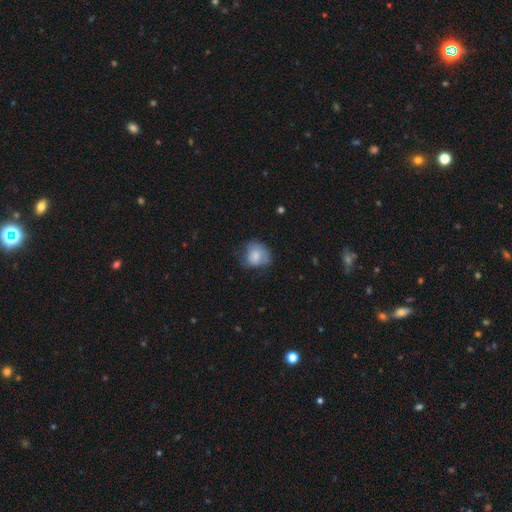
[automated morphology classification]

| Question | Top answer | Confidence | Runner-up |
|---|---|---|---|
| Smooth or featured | smooth | 73% | featured or disk (18%) |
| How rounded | round | 66% | in between (33%) |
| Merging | none | 47% | minor disturbance (34%) |